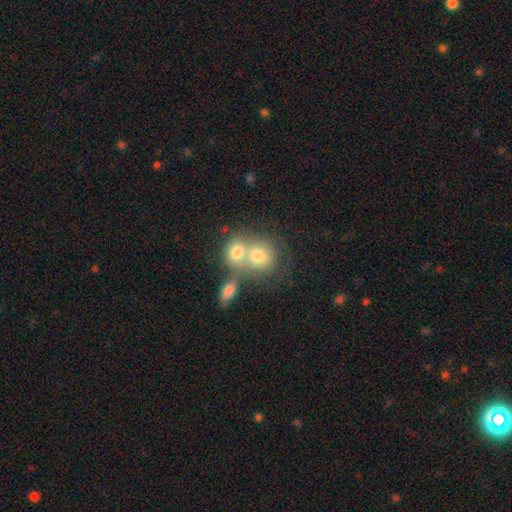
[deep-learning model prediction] Smooth or featured? smooth (71%)
How rounded? round (67%)
Merging? merger (63%)